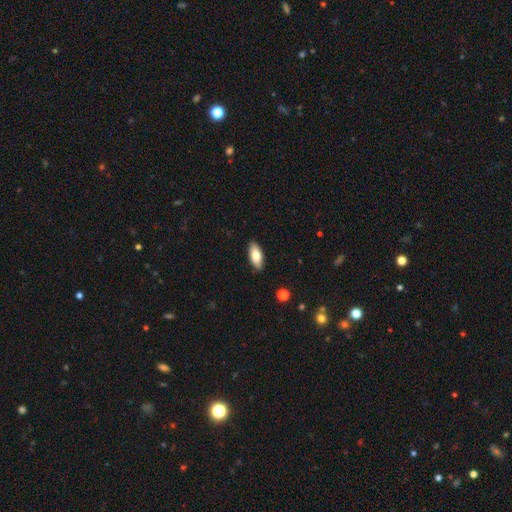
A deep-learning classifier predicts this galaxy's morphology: Q: Smooth or featured?
A: smooth (79%); runner-up: featured or disk (14%)
Q: How rounded?
A: in between (84%); runner-up: cigar-shaped (14%)
Q: Merging?
A: none (89%); runner-up: minor disturbance (9%)